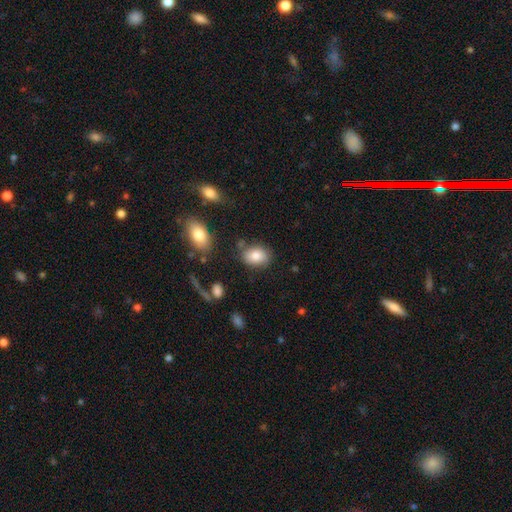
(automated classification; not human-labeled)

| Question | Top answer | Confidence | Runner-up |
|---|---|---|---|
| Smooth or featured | smooth | 82% | featured or disk (10%) |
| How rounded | in between | 74% | round (25%) |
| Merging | none | 75% | minor disturbance (15%) |